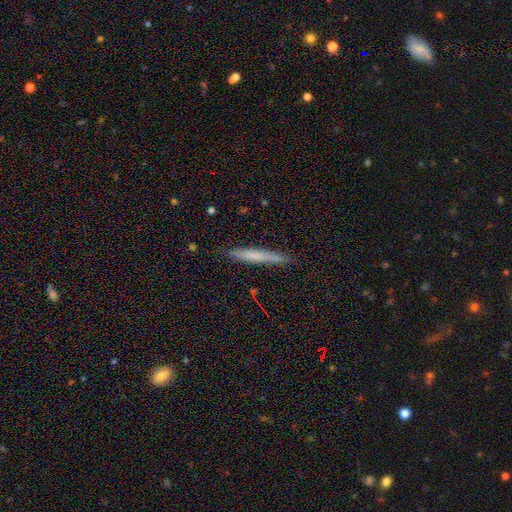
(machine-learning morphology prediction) smooth 61%, featured or disk 32%, star or artifact 7%. Down the decision tree: how rounded — cigar-shaped (96%); merging — none (87%).